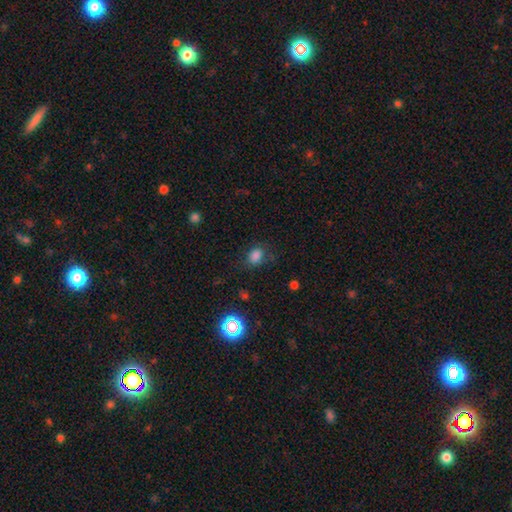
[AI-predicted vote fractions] Smooth or featured?
  - smooth: 79% *
  - star or artifact: 15%
  - featured or disk: 6%
How rounded?
  - in between: 57% *
  - round: 42%
  - cigar-shaped: 1%
Merging?
  - none: 68% *
  - minor disturbance: 21%
  - major disturbance: 10%
  - merger: 2%